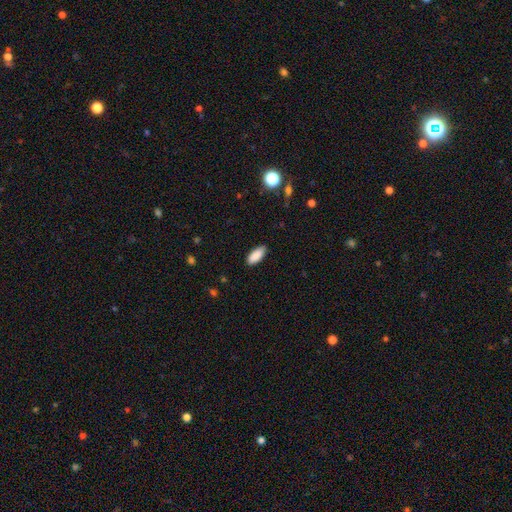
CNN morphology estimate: smooth_or_featured: smooth (p=0.89) [alt: star or artifact p=0.07]
how_rounded: in between (p=0.85) [alt: cigar-shaped p=0.14]
merging: none (p=0.87) [alt: minor disturbance p=0.10]